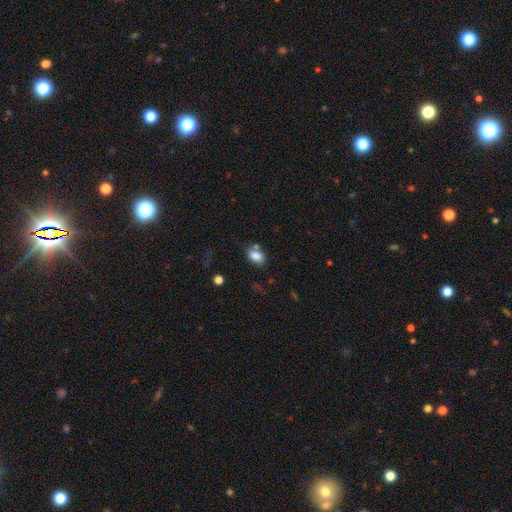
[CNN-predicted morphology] This is clearly a smooth galaxy (83%). How rounded: clearly in between (83%). Merging: likely none (63%).